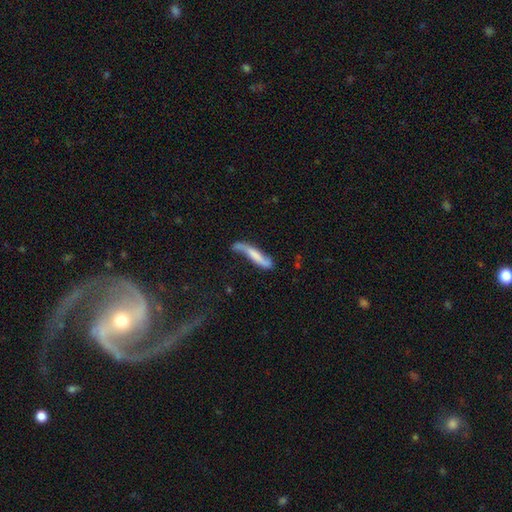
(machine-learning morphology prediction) type=smooth (50%); roundness=cigar-shaped (87%); merging=none (47%).